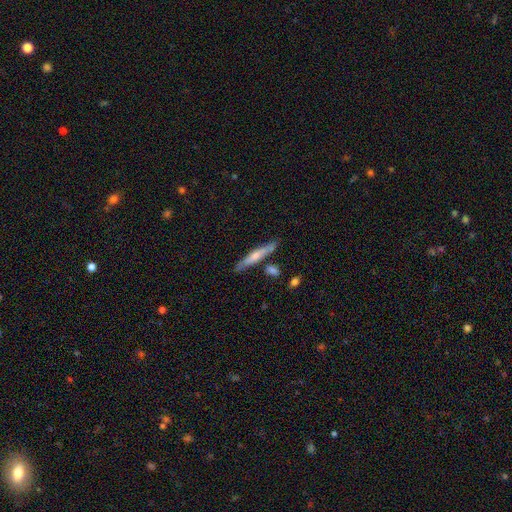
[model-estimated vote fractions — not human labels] A featured or disk galaxy (47%, tied with smooth).

Vote fractions:
- Smooth or featured? featured or disk: 47% (tied) / smooth: 47% (tied) / star or artifact: 6%
- Merging? none: 78% / minor disturbance: 12% / merger: 7% / major disturbance: 3%